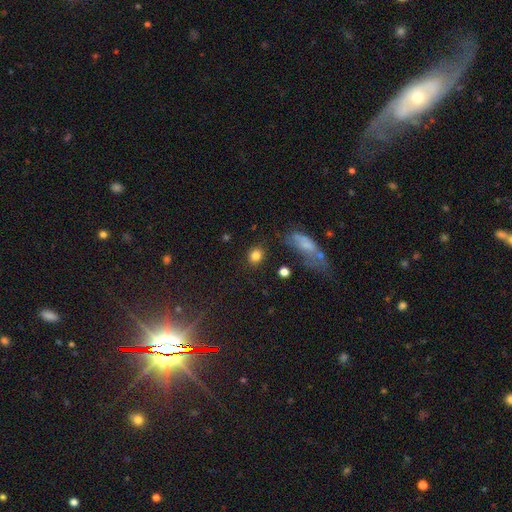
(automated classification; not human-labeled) Q: Smooth or featured?
A: smooth (82%); runner-up: star or artifact (11%)
Q: How rounded?
A: round (68%); runner-up: in between (30%)
Q: Merging?
A: none (83%); runner-up: minor disturbance (10%)